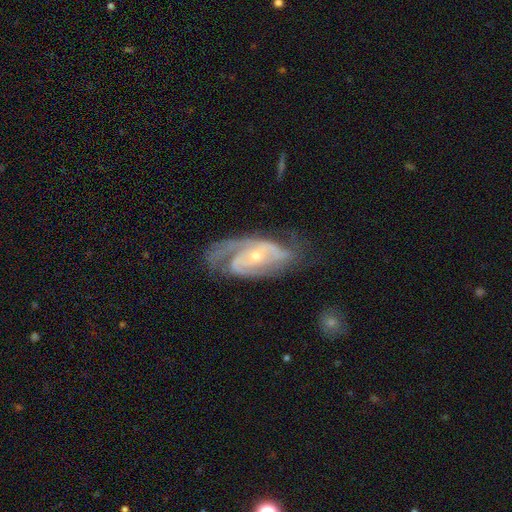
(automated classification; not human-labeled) A featured or disk galaxy (88%) with no bar (57%), 2 (53%) tight (49%) spiral arms (96%) and a small central bulge (65%).

Vote fractions:
- Smooth or featured? featured or disk: 88% / smooth: 7% / star or artifact: 5%
- Edge-on disk? no: 95% / yes: 5%
- Bar? no: 57% / weak: 33% / strong: 10%
- Spiral arms? yes: 96% / no: 4%
- Spiral winding? tight: 49% / medium: 41% / loose: 10%
- Spiral arm count? 2: 53% / 3: 20% / can't tell: 15% / 1: 6% / 4: 4% / more than 4: 3%
- Bulge size? small: 65% / moderate: 32% / none: 1% / large: 1% / dominant: 1%
- Merging? none: 60% / minor disturbance: 24% / major disturbance: 15% / merger: 2%